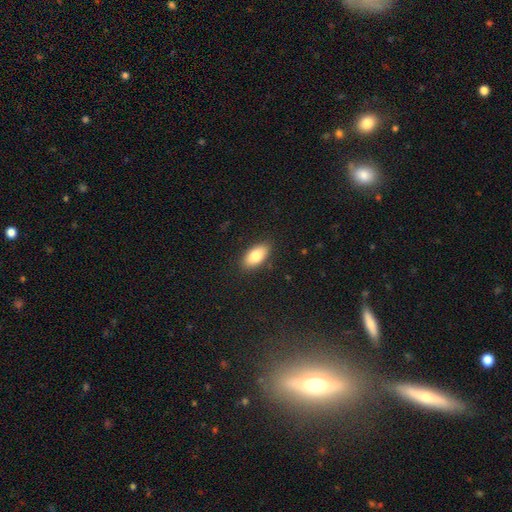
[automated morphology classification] The model was most divided on "smooth or featured": smooth: 83%, featured or disk: 10%, star or artifact: 7%. More confident: how rounded — in between (92%); merging — none (88%).